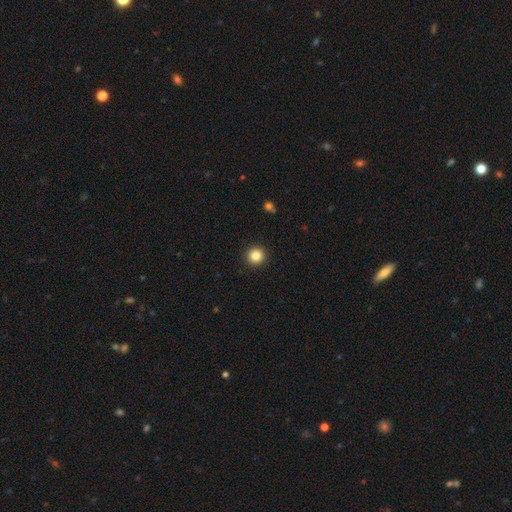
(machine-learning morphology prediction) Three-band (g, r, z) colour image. It shows a smooth galaxy with no disk features (85%) that is round (95%). Merging: none (93%).